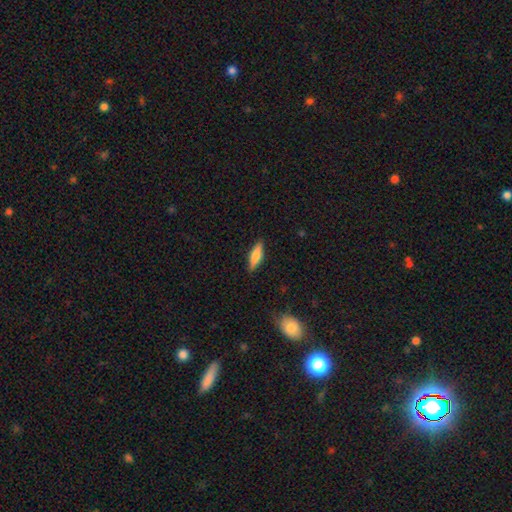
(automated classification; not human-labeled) This appears to be a smooth galaxy with no disk features (66%) that is cigar-shaped (59%). Merging: none (87%).